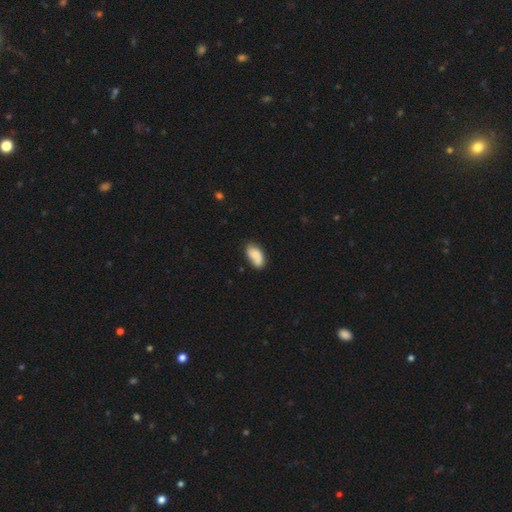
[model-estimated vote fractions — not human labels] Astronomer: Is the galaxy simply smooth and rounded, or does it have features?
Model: smooth — 74%.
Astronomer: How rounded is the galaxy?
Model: in between — 92%.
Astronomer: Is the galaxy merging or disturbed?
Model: none — 60%.